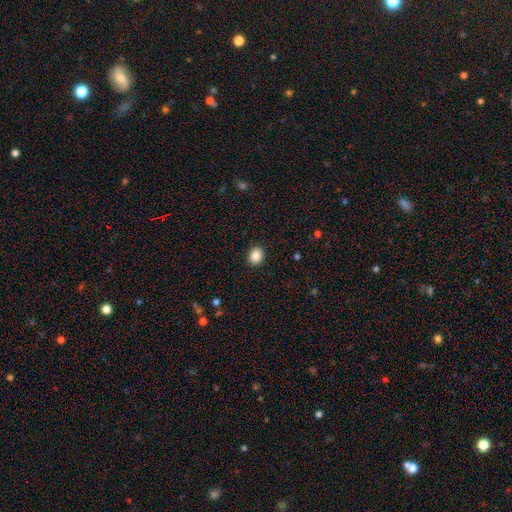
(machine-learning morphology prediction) This is clearly a smooth galaxy (86%). How rounded: possibly round (58%). Merging: clearly none (91%).